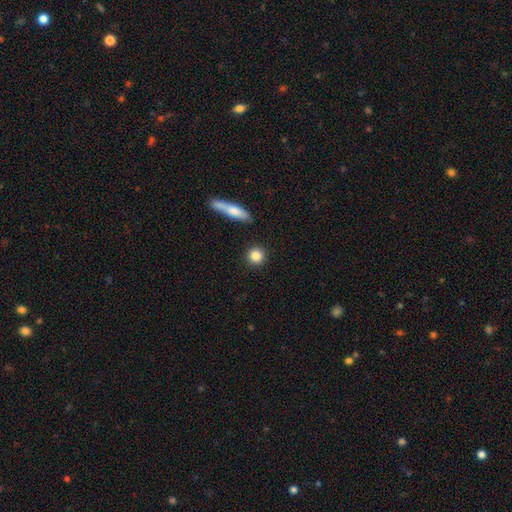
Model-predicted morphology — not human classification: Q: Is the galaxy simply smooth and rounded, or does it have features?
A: smooth — 84%.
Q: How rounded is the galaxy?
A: round — 91%.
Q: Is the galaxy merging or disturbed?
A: none — 90%.